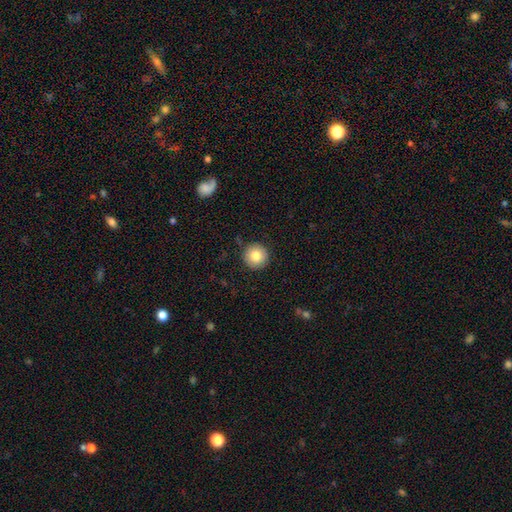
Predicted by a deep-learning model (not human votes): smooth-or-featured: smooth: 81% | featured or disk: 11% | star or artifact: 9%
  how-rounded: round: 96% | in between: 3% | cigar-shaped: 1%
  merging: none: 90% | minor disturbance: 7% | major disturbance: 2% | merger: 1%